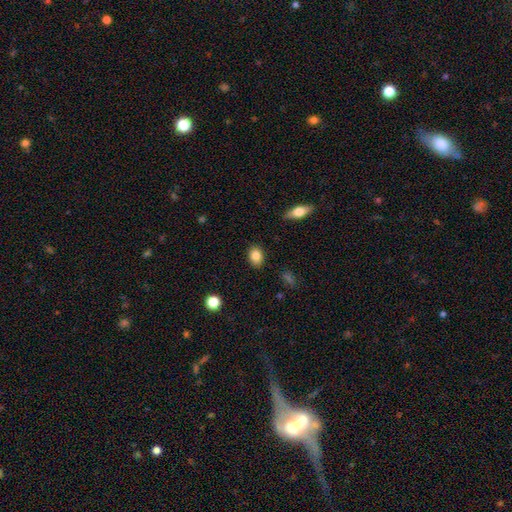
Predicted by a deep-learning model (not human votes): This is clearly a smooth galaxy (84%). How rounded: likely in between (71%). Merging: clearly none (88%).